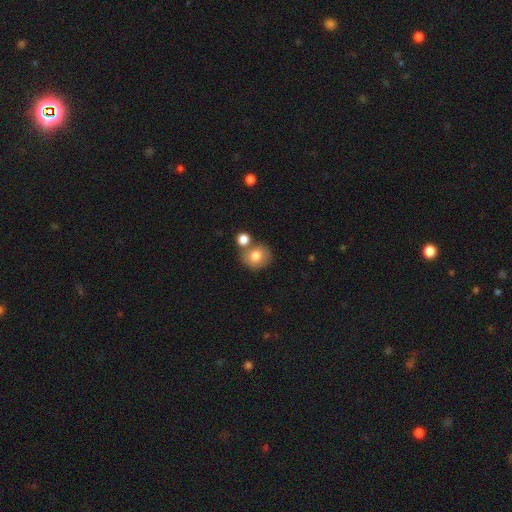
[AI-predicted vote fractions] Smooth or featured: smooth — 78% (featured or disk — 13%)
How rounded: round — 76% (in between — 23%)
Merging: none — 60% (merger — 25%)